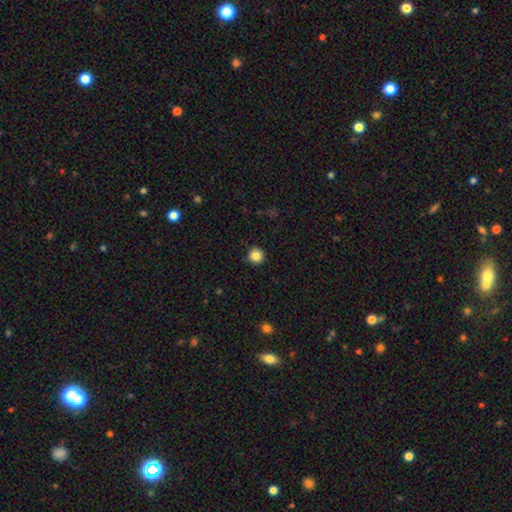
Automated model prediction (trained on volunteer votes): smooth-or-featured: smooth: 84% | star or artifact: 11% | featured or disk: 5%
  how-rounded: round: 94% | in between: 5% | cigar-shaped: 1%
  merging: none: 89% | minor disturbance: 8% | major disturbance: 2% | merger: 1%